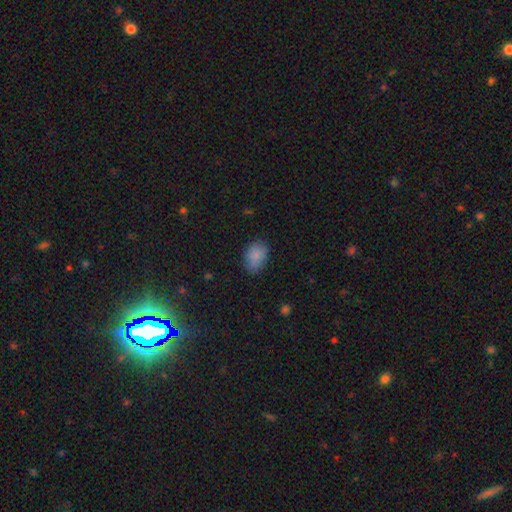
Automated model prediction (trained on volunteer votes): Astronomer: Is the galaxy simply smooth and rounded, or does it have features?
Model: smooth — 84%.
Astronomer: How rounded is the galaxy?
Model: in between — 77%.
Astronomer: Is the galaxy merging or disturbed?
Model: none — 72%.